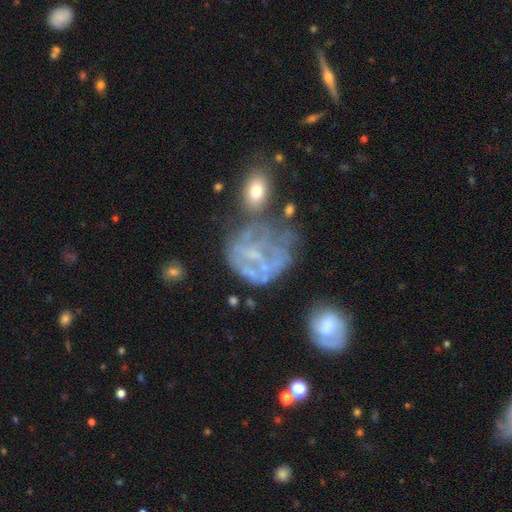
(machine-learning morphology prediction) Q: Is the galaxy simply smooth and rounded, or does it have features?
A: featured or disk — 61%.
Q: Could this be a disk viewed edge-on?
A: no — 97%.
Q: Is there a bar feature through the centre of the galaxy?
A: no — 65%.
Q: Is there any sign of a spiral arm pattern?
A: no — 63%.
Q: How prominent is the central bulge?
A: none — 50%.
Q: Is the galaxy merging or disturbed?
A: none — 35%.